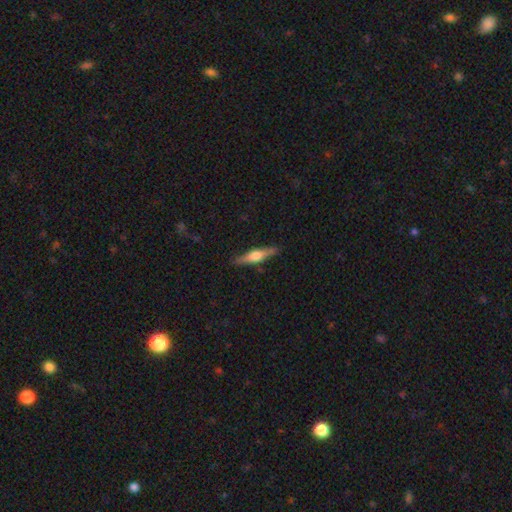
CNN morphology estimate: Smooth or featured? featured or disk (61%)
Edge-on disk? yes (97%)
Edge-on bulge? rounded (91%)
Merging? none (89%)